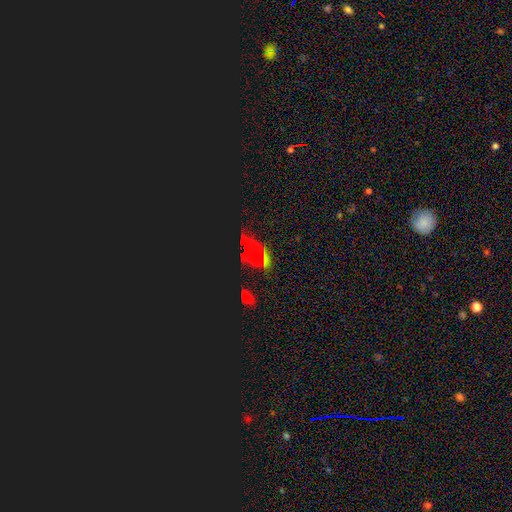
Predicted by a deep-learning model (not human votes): smooth_or_featured: star or artifact (p=0.63) [alt: smooth p=0.23]